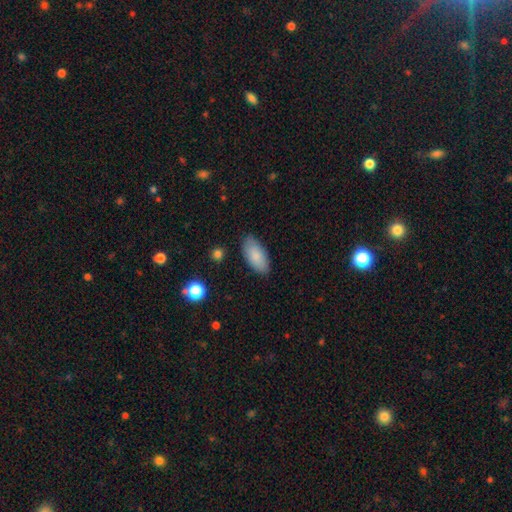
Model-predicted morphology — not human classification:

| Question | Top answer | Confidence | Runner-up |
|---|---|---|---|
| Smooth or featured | smooth | 86% | featured or disk (8%) |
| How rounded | in between | 92% | cigar-shaped (6%) |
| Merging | none | 84% | minor disturbance (12%) |